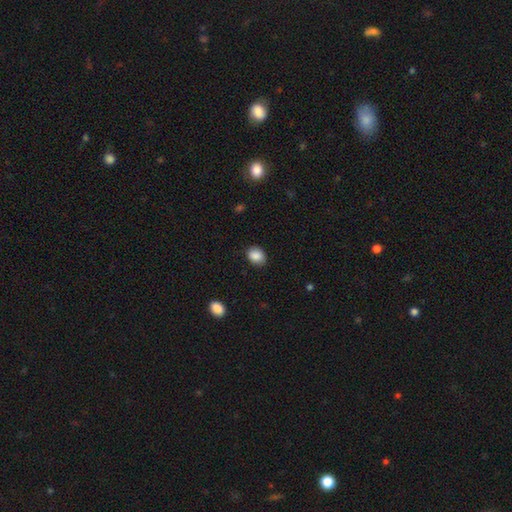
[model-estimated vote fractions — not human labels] Morphology: type=smooth (88%); roundness=in between (59%); merging=none (82%).